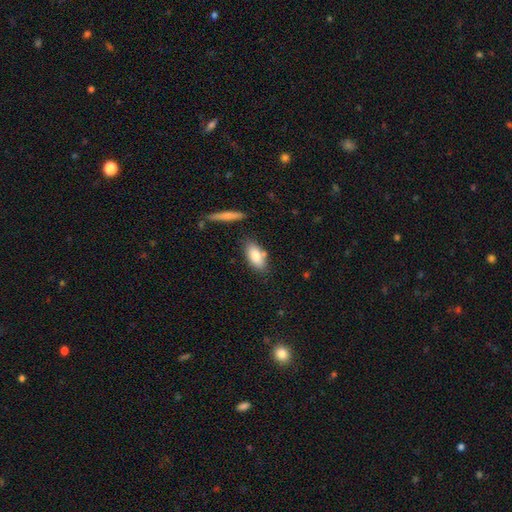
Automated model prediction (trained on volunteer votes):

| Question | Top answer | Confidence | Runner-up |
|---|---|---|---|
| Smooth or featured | smooth | 82% | featured or disk (11%) |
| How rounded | in between | 87% | cigar-shaped (10%) |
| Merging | none | 72% | minor disturbance (15%) |